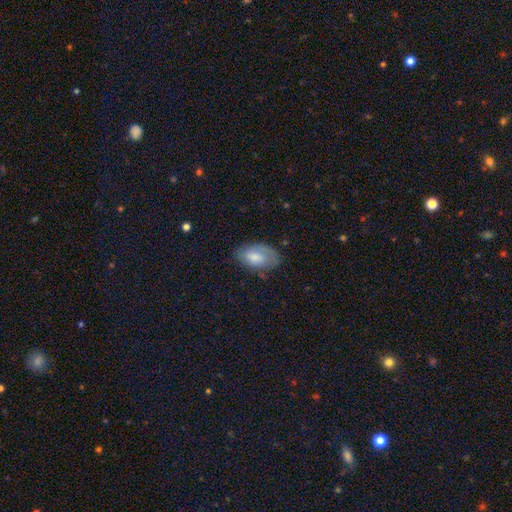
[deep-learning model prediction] This appears to be a smooth galaxy with no disk features (68%) that is in between round and cigar-shaped (93%). Merging: none (68%).